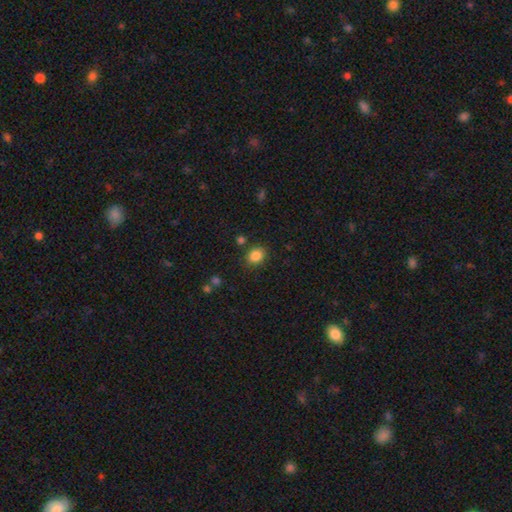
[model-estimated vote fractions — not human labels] Smooth or featured? smooth (85%)
How rounded? round (60%)
Merging? none (81%)